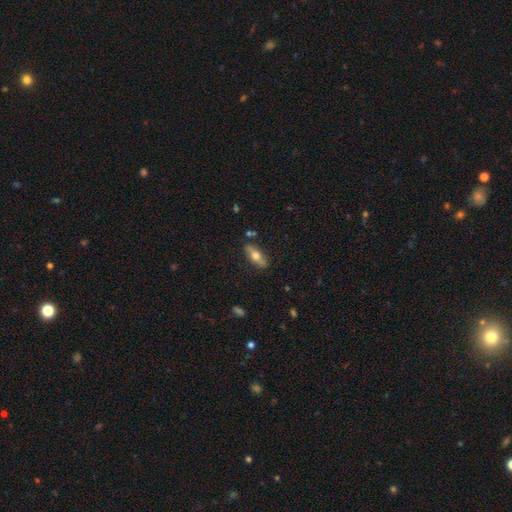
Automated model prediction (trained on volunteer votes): Smooth or featured? smooth (56%)
How rounded? in between (57%)
Merging? none (84%)